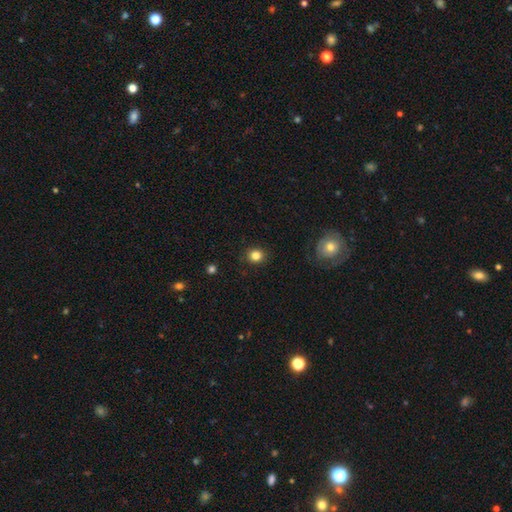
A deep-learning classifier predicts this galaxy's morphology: The model was most divided on "how rounded": round: 83%, in between: 16%, cigar-shaped: 1%. More confident: merging — none (90%); smooth or featured — smooth (83%).